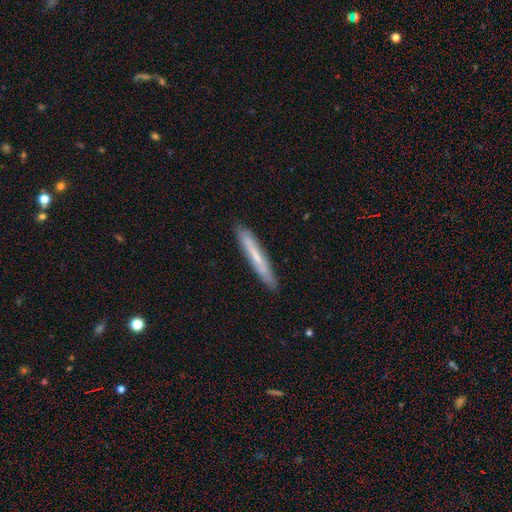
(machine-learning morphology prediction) smooth 52%, featured or disk 42%, star or artifact 7%. Down the decision tree: how rounded — cigar-shaped (95%); merging — none (86%).